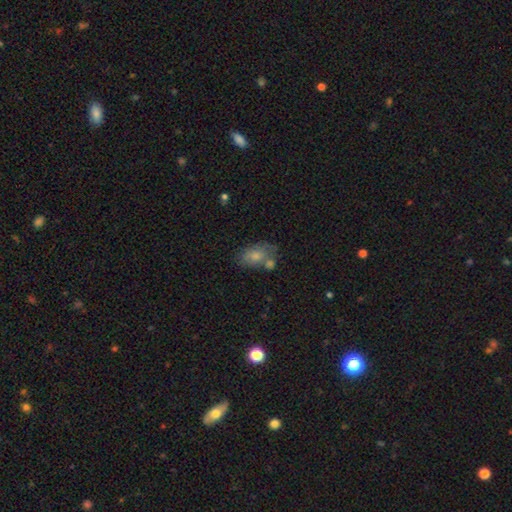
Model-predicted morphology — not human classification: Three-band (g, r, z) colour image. It shows a smooth galaxy with no disk features (74%) that is in between round and cigar-shaped (88%). Merging: none (44%).